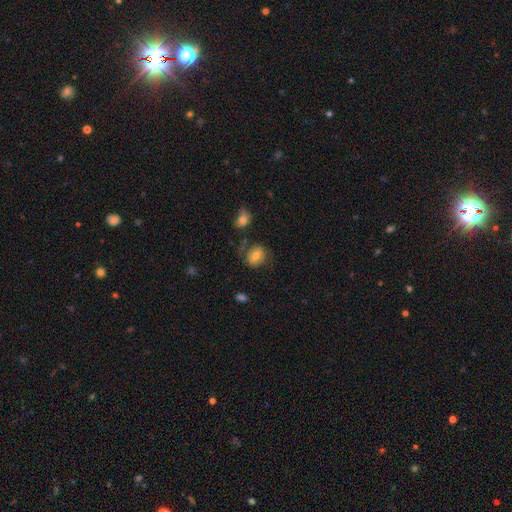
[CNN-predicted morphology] Smooth or featured? Predicted: smooth (p=0.67). How rounded? Predicted: round (p=0.57). Merging? Predicted: none (p=0.67).